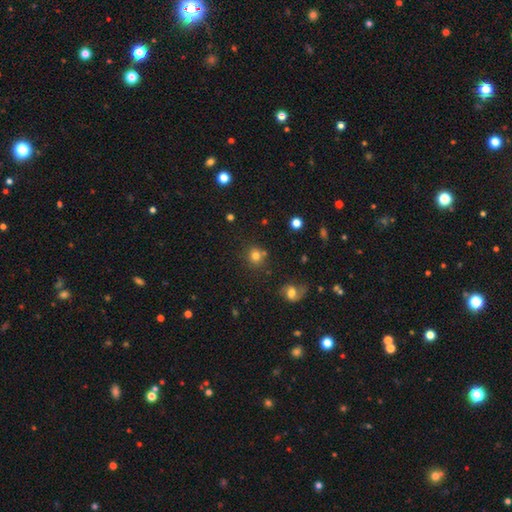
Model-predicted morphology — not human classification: A smooth galaxy with no disk features (78%) that is round (86%).

Vote fractions:
- Smooth or featured? smooth: 78% / star or artifact: 15% / featured or disk: 8%
- How rounded? round: 86% / in between: 13% / cigar-shaped: 1%
- Merging? none: 72% / merger: 12% / minor disturbance: 11% / major disturbance: 4%